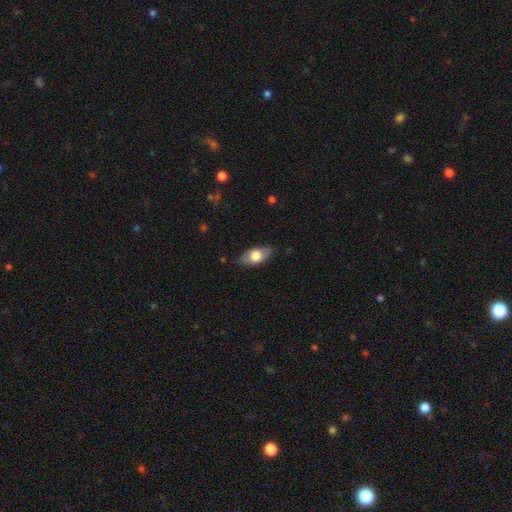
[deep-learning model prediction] Smooth or featured? Predicted: smooth (p=0.71). How rounded? Predicted: in between (p=0.91). Merging? Predicted: none (p=0.82).